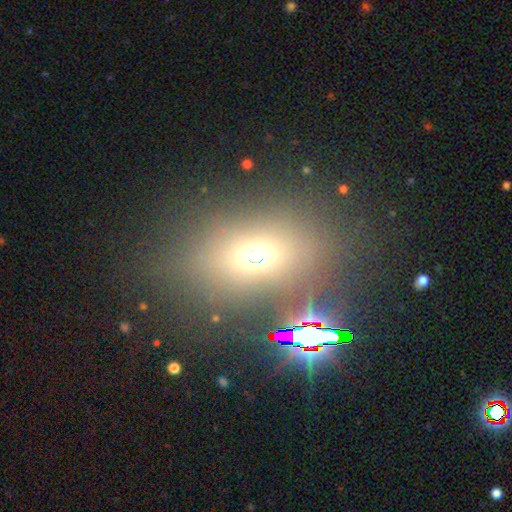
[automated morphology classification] A smooth galaxy with no disk features (54%) that is in between round and cigar-shaped (65%). Merging: none (72%).